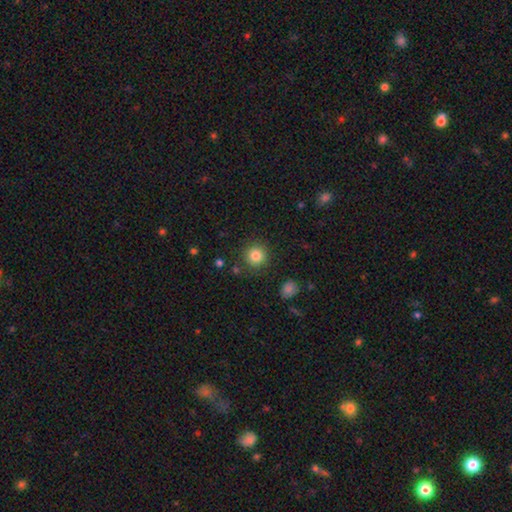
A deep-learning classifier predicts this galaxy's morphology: The model was most divided on "smooth or featured": smooth: 83%, star or artifact: 11%, featured or disk: 6%. More confident: how rounded — round (93%); merging — none (87%).